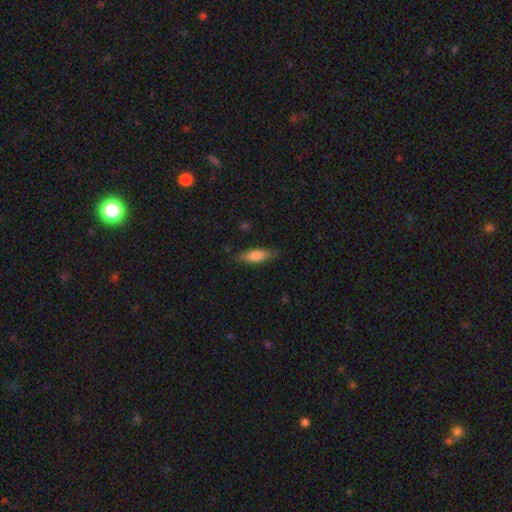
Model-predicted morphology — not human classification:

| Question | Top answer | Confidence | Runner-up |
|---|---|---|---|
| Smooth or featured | smooth | 75% | featured or disk (19%) |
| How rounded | in between | 52% | cigar-shaped (46%) |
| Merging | none | 78% | minor disturbance (17%) |